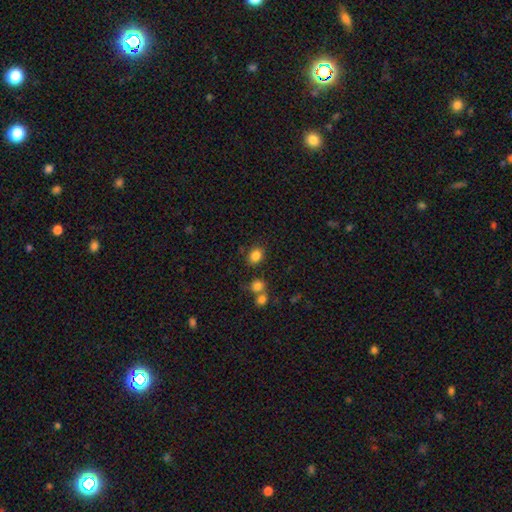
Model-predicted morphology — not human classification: Q: Smooth or featured?
A: smooth (83%); runner-up: star or artifact (11%)
Q: How rounded?
A: in between (54%); runner-up: round (45%)
Q: Merging?
A: none (77%); runner-up: minor disturbance (11%)